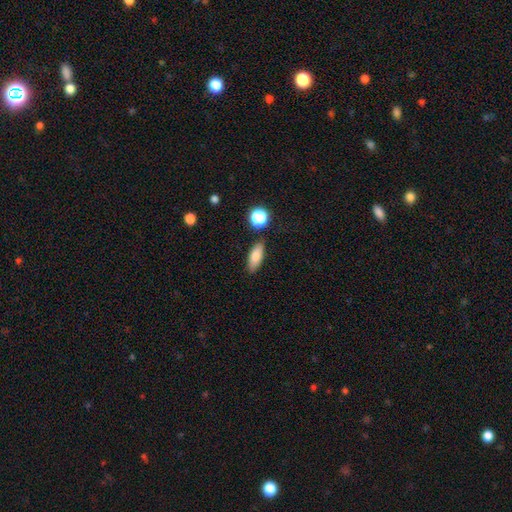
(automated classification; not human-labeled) A smooth galaxy with no disk features (80%) that is in between round and cigar-shaped (74%). Merging: none (83%).